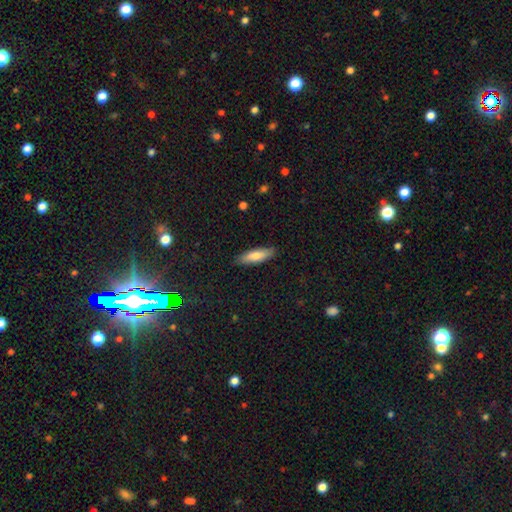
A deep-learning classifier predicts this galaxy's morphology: Smooth or featured? smooth (77%)
How rounded? cigar-shaped (59%)
Merging? none (88%)